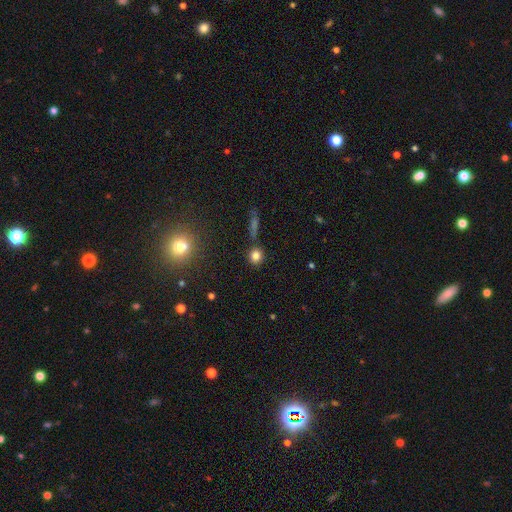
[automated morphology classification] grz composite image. It shows a smooth galaxy with no disk features (79%) that is round (84%). Merging: none (81%).